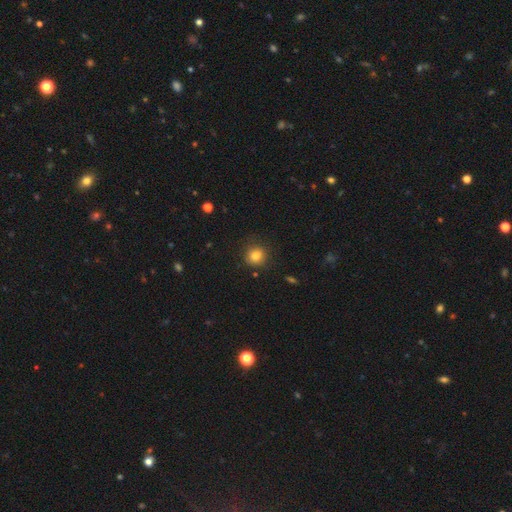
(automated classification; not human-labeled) smooth 81%, star or artifact 12%, featured or disk 7%. Down the decision tree: how rounded — round (90%); merging — none (84%).